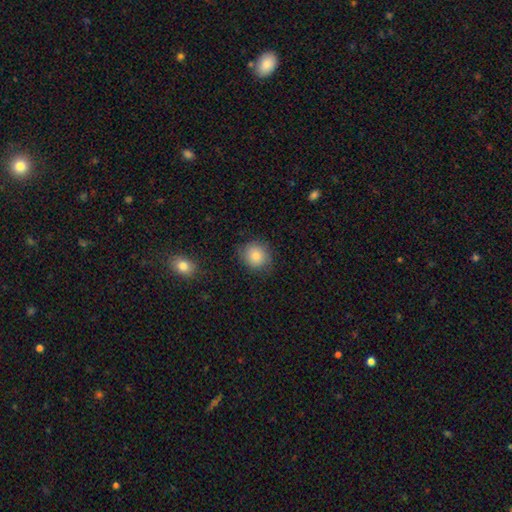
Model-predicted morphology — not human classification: A smooth galaxy with no disk features (85%) that is round (79%).

Vote fractions:
- Smooth or featured? smooth: 85% / star or artifact: 9% / featured or disk: 6%
- How rounded? round: 79% / in between: 20% / cigar-shaped: 1%
- Merging? none: 80% / minor disturbance: 15% / major disturbance: 4% / merger: 1%